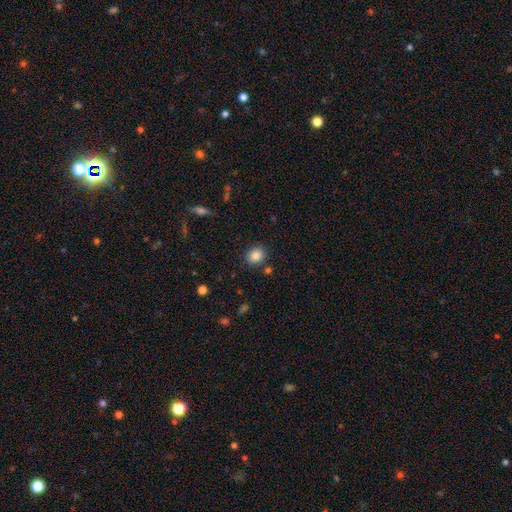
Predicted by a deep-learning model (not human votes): Smooth or featured? smooth (85%)
How rounded? round (62%)
Merging? none (86%)